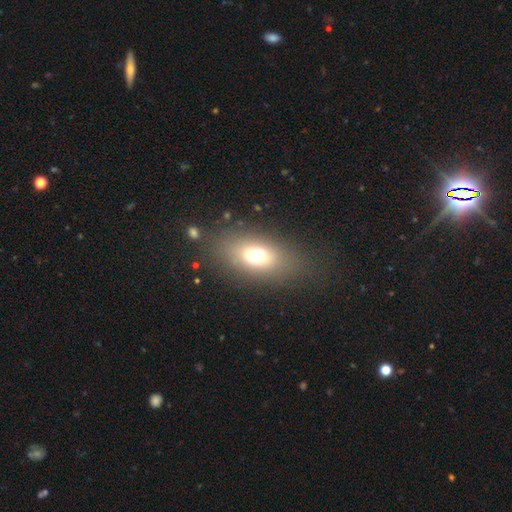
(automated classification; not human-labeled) Smooth or featured? smooth (64%)
How rounded? in between (76%)
Merging? none (71%)